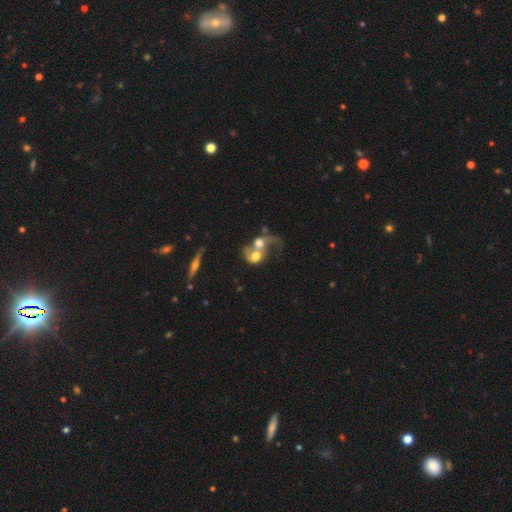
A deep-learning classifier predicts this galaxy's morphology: smooth_or_featured: featured or disk (p=0.54) [alt: smooth p=0.37]
disk_edge_on: no (p=0.95) [alt: yes p=0.05]
bar: no (p=0.78) [alt: weak p=0.18]
has_spiral_arms: yes (p=0.57) [alt: no p=0.43]
bulge_size: moderate (p=0.45) [alt: large p=0.33]
merging: merger (p=0.78) [alt: major disturbance p=0.10]